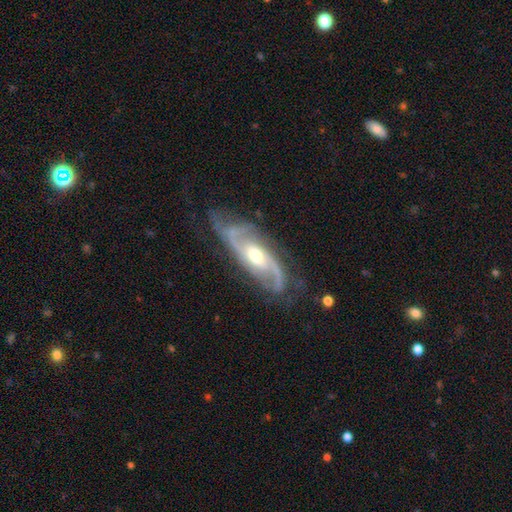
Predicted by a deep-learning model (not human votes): A featured or disk galaxy (91%) with no bar (52%), 2 (69%) medium (48%) spiral arms (98%) and a moderate central bulge (67%).

Vote fractions:
- Smooth or featured? featured or disk: 91% / smooth: 5% / star or artifact: 5%
- Edge-on disk? no: 93% / yes: 7%
- Bar? no: 52% / weak: 36% / strong: 12%
- Spiral arms? yes: 98% / no: 2%
- Spiral winding? medium: 48% / tight: 36% / loose: 16%
- Spiral arm count? 2: 69% / 3: 14% / can't tell: 9% / 4: 3% / 1: 3% / more than 4: 3%
- Bulge size? moderate: 67% / small: 26% / large: 6% / none: 1% / dominant: 1%
- Merging? none: 71% / minor disturbance: 20% / major disturbance: 8% / merger: 2%